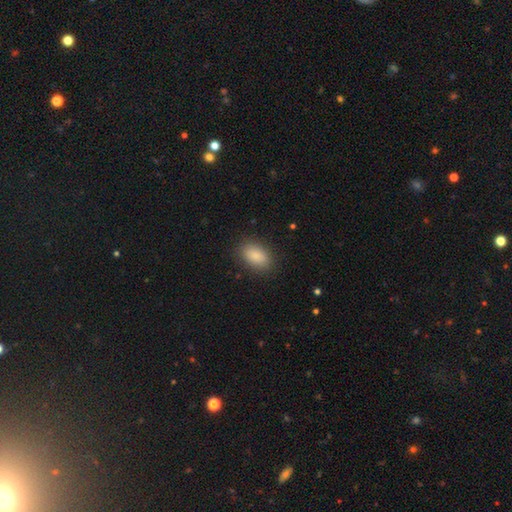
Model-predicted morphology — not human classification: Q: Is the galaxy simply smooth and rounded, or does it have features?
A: smooth — 88%.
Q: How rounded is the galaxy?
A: in between — 89%.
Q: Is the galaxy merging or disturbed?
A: none — 86%.